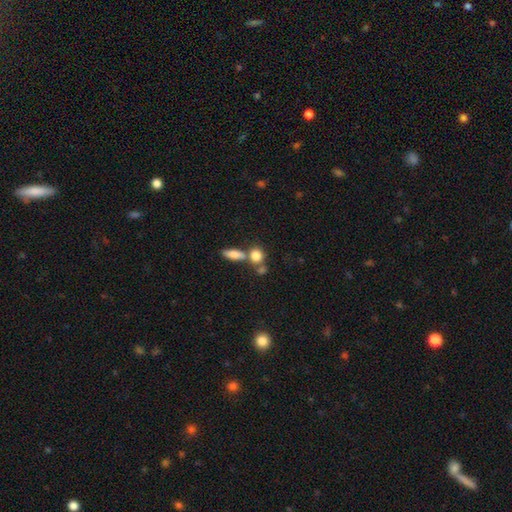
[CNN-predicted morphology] smooth 81%, featured or disk 10%, star or artifact 9%. Down the decision tree: how rounded — round (67%); merging — none (48%).